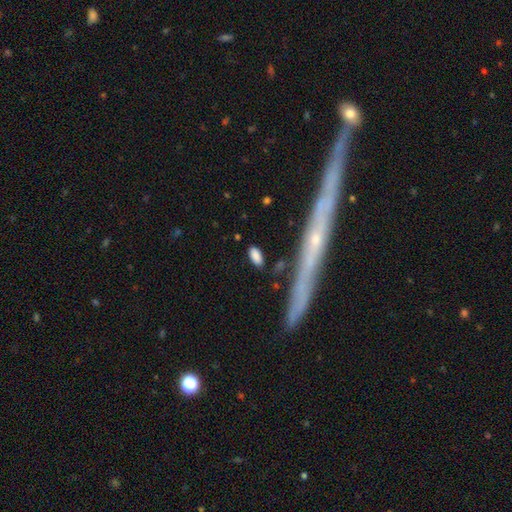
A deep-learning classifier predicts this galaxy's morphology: The model was most divided on "merging": none: 81%, minor disturbance: 12%, major disturbance: 4%, merger: 3%. More confident: how rounded — in between (86%); smooth or featured — smooth (83%).